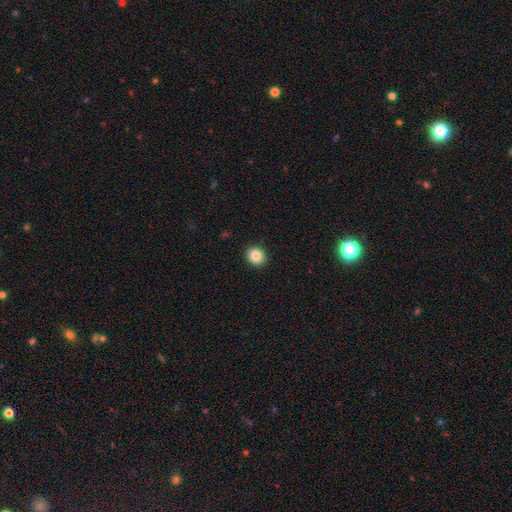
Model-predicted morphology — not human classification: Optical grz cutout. It shows a smooth galaxy with no disk features (85%) that is round (76%). Merging: none (92%).